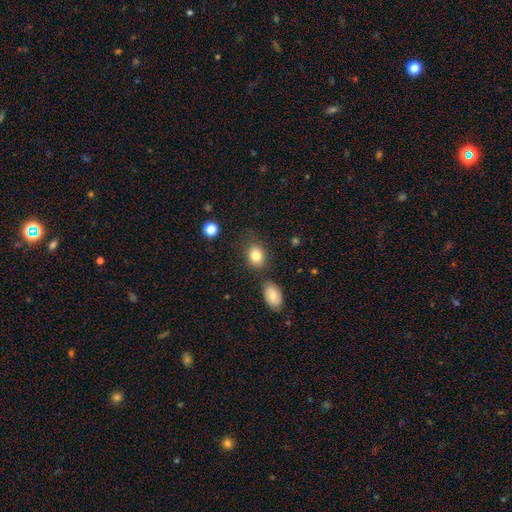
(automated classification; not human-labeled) Smooth or featured: smooth — 82% (star or artifact — 9%)
How rounded: in between — 53% (round — 46%)
Merging: none — 70% (minor disturbance — 17%)